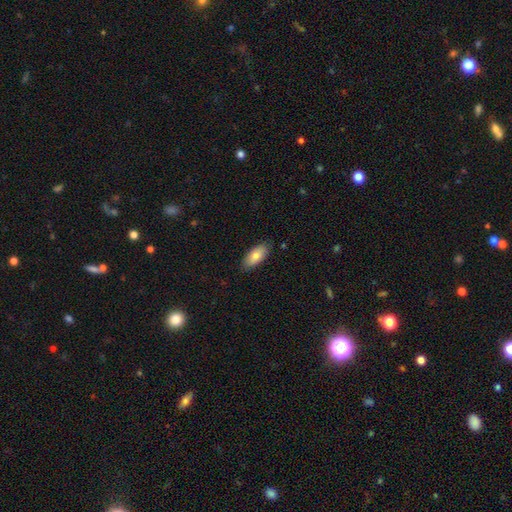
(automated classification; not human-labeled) smooth 79%, featured or disk 14%, star or artifact 6%. Down the decision tree: how rounded — in between (89%); merging — none (84%).